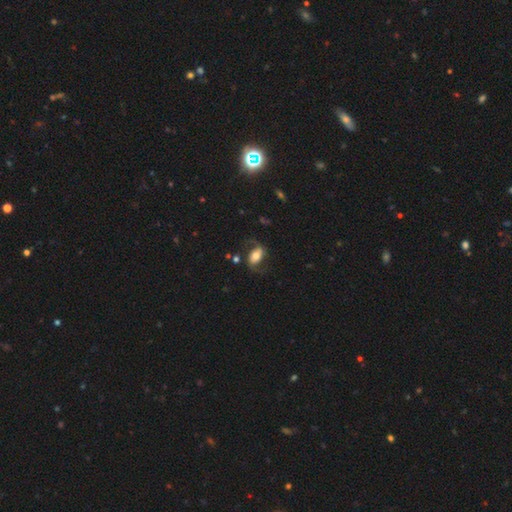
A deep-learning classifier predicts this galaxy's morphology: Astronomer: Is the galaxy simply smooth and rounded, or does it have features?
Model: featured or disk — 62%.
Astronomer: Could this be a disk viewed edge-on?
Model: no — 95%.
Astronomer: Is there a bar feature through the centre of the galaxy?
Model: no — 41% (runner-up: weak, 31%).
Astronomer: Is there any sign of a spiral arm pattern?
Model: yes — 88%.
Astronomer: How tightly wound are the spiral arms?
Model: loose — 60%.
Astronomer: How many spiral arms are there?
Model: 2 — 91%.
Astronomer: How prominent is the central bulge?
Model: moderate — 54%.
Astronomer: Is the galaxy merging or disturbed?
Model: none — 65%.